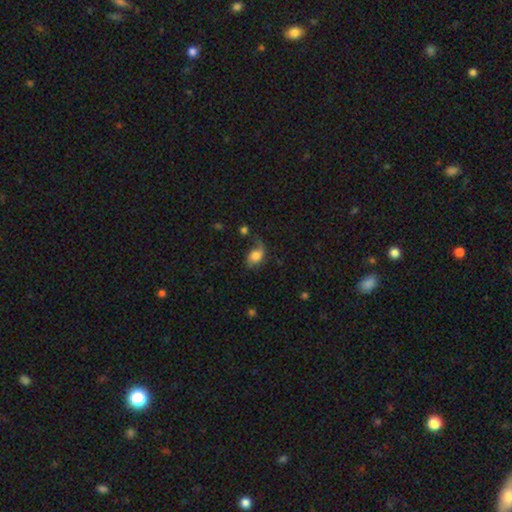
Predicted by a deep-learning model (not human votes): Overall: smooth (64%; featured or disk 27%). How rounded: in between (79%). Merging: none (46%; minor disturbance 30%).